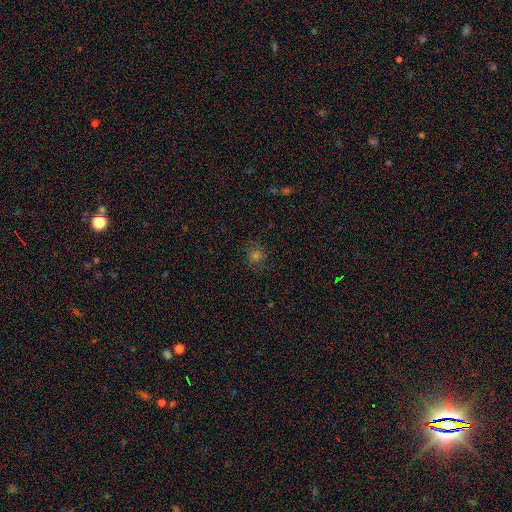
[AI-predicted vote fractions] smooth_or_featured: smooth (p=0.57) [alt: star or artifact p=0.31]
how_rounded: round (p=0.86) [alt: in between p=0.13]
merging: none (p=0.82) [alt: minor disturbance p=0.12]